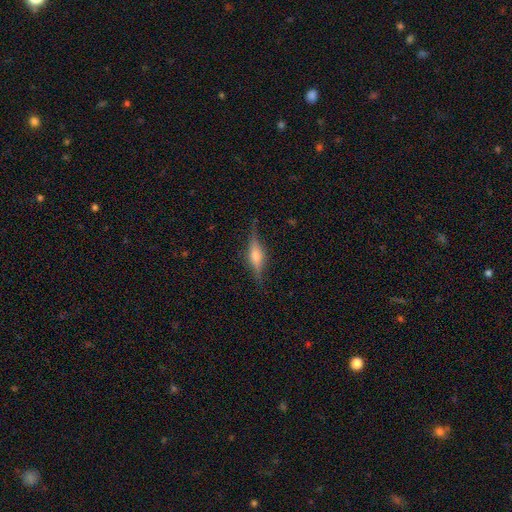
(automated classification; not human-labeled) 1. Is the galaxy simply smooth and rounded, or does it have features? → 71% featured or disk, 21% smooth, 8% star or artifact.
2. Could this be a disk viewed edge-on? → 96% yes, 4% no.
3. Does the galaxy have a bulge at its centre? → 84% rounded, 13% boxy, 3% none.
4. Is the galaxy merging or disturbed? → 84% none, 12% minor disturbance, 3% major disturbance, 1% merger.